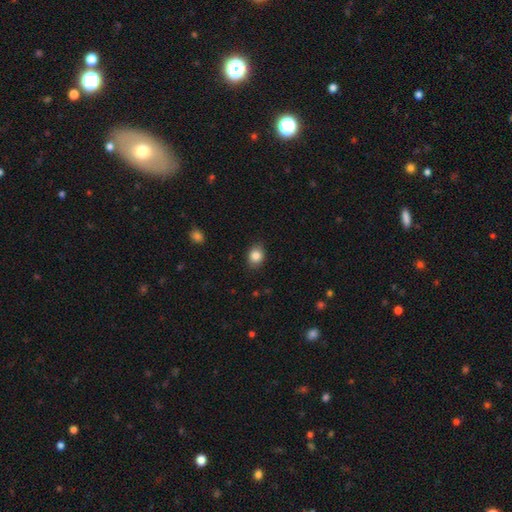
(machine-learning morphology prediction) The model was most divided on "how rounded": round: 52%, in between: 47%, cigar-shaped: 1%. More confident: smooth or featured — smooth (85%); merging — none (84%).